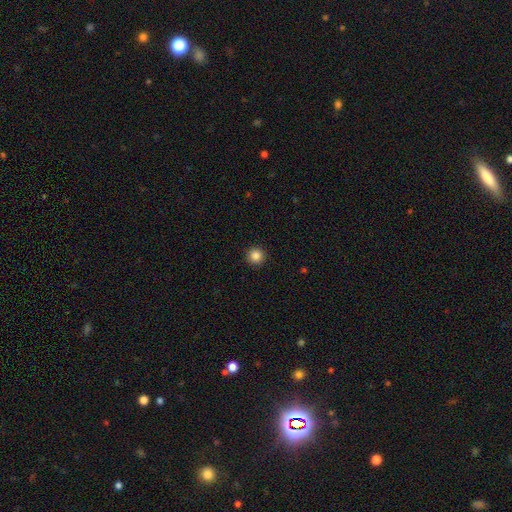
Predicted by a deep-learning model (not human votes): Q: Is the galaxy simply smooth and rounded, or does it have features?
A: smooth — 85%.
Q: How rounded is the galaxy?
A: round — 96%.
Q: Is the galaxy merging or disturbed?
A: none — 93%.